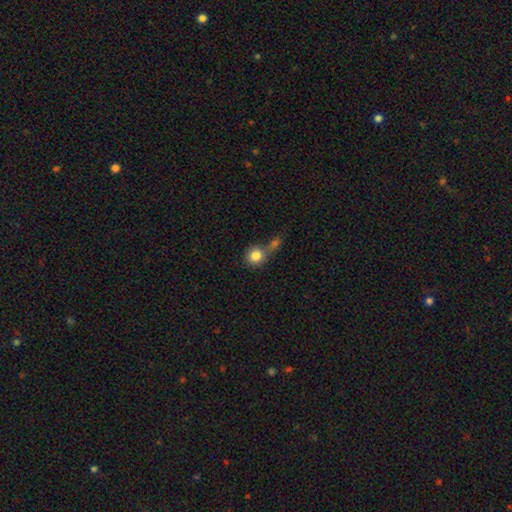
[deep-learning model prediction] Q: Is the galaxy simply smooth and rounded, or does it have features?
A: smooth — 82%.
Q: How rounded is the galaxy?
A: round — 84%.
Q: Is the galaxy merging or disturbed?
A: merger — 45%.